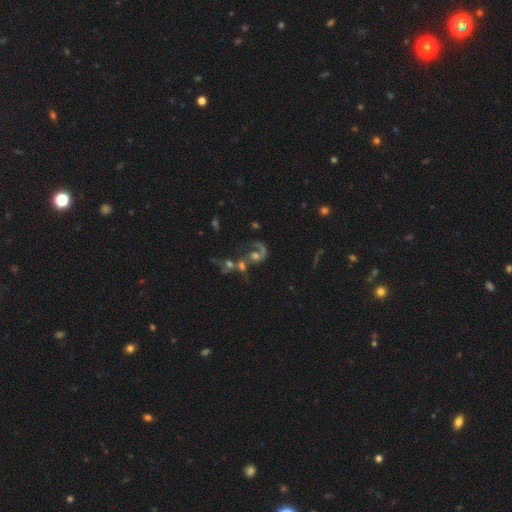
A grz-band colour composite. It shows a featured or disk galaxy (82%) with no bar (74%), 1 (81%) medium (50%) spiral arms (84%) and a moderate central bulge (48%). Merging: merger (71%).